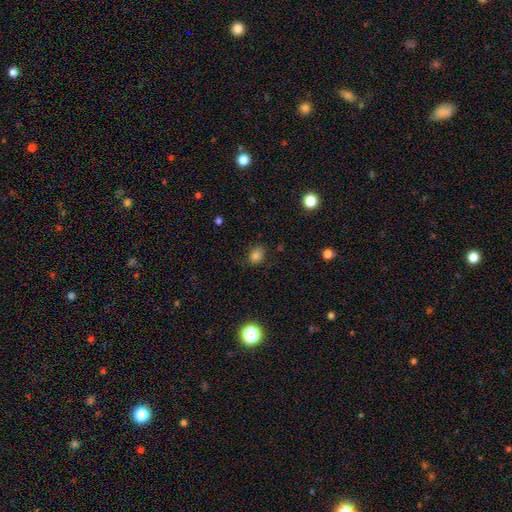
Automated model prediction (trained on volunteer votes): Q: Smooth or featured?
A: smooth (79%); runner-up: star or artifact (15%)
Q: How rounded?
A: in between (52%); runner-up: round (47%)
Q: Merging?
A: none (76%); runner-up: minor disturbance (18%)